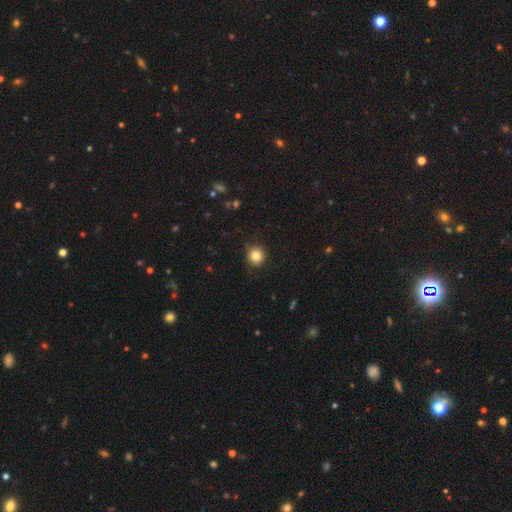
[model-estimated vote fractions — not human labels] smooth 83%, star or artifact 11%, featured or disk 6%. Down the decision tree: how rounded — round (94%); merging — none (88%).